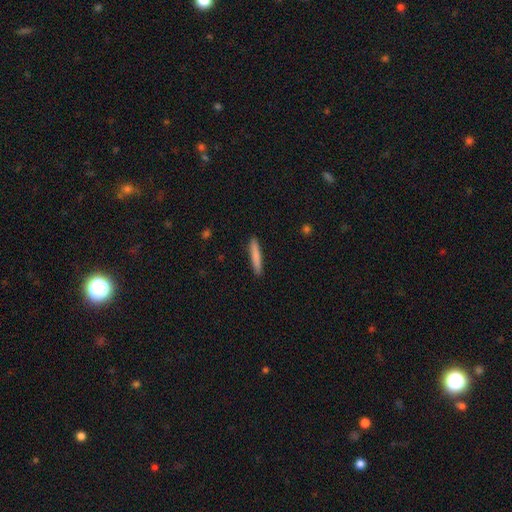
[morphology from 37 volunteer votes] smooth 92%, featured or disk 5%, star or artifact 3%. Down the decision tree: how rounded — cigar-shaped (97%); merging — none (83%).